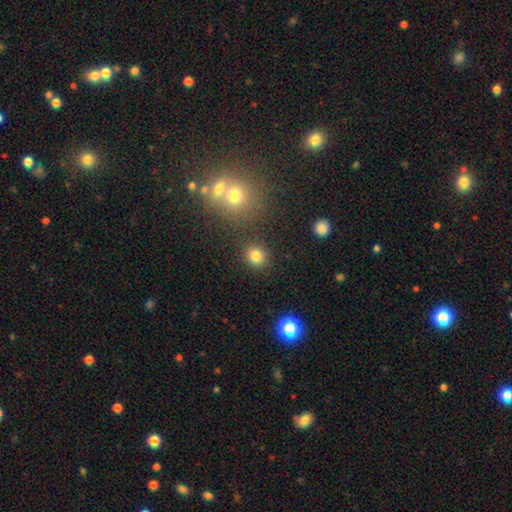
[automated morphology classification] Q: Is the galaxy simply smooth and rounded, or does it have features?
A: smooth — 81%.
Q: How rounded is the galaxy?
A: round — 86%.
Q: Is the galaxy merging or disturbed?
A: none — 85%.